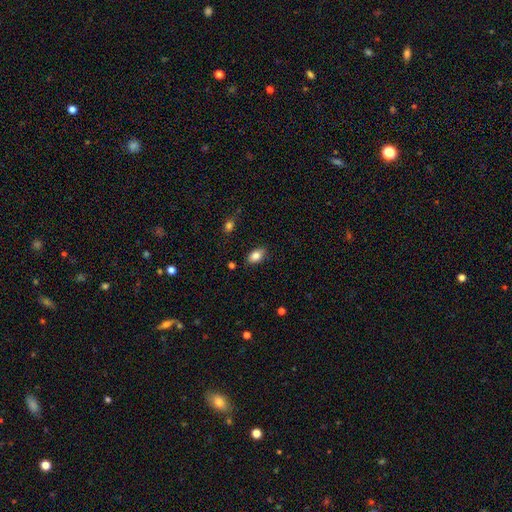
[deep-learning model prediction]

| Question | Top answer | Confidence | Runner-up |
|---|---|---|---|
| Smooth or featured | smooth | 84% | featured or disk (8%) |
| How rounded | in between | 90% | round (8%) |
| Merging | none | 85% | minor disturbance (11%) |